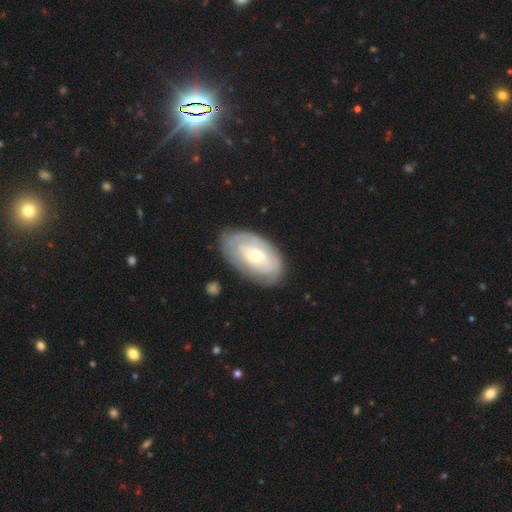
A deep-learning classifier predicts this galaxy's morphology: Smooth or featured? Predicted: featured or disk (p=0.62). Edge-on disk? Predicted: no (p=0.93). Bar? Predicted: no (p=0.51). Spiral arms? Predicted: yes (p=0.65). Bulge size? Predicted: moderate (p=0.55). Merging? Predicted: none (p=0.76).